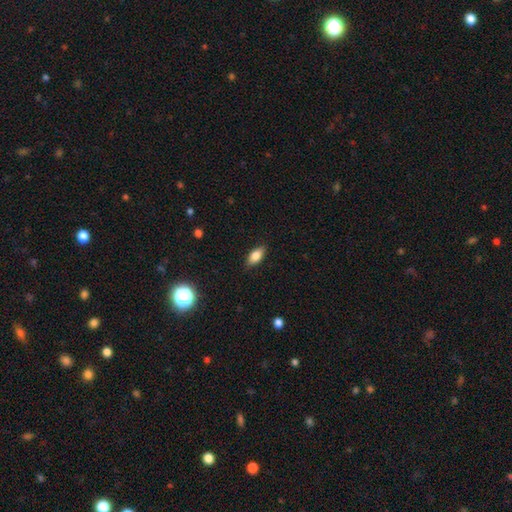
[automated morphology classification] smooth_or_featured: smooth (p=0.79) [alt: featured or disk p=0.13]
how_rounded: in between (p=0.85) [alt: cigar-shaped p=0.10]
merging: none (p=0.87) [alt: minor disturbance p=0.10]